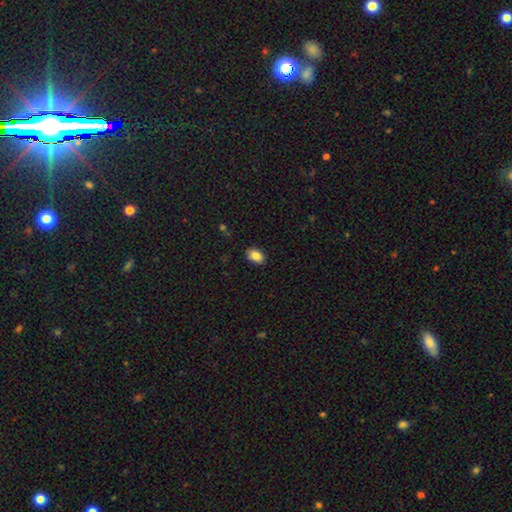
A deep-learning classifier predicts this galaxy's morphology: Smooth or featured: smooth — 86% (star or artifact — 8%)
How rounded: in between — 86% (round — 13%)
Merging: none — 87% (minor disturbance — 10%)